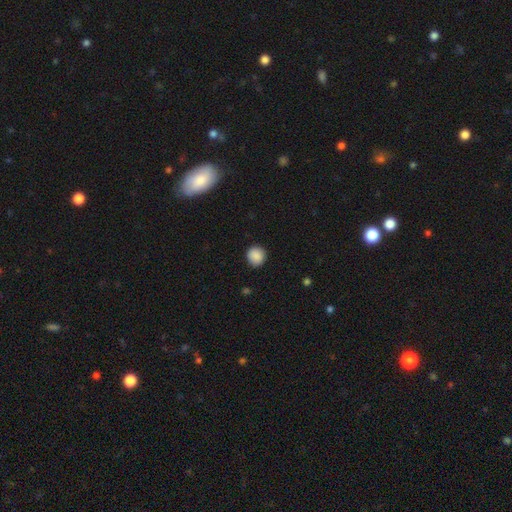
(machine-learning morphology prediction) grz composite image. It shows a smooth galaxy with no disk features (89%) that is round (91%). Merging: none (90%).